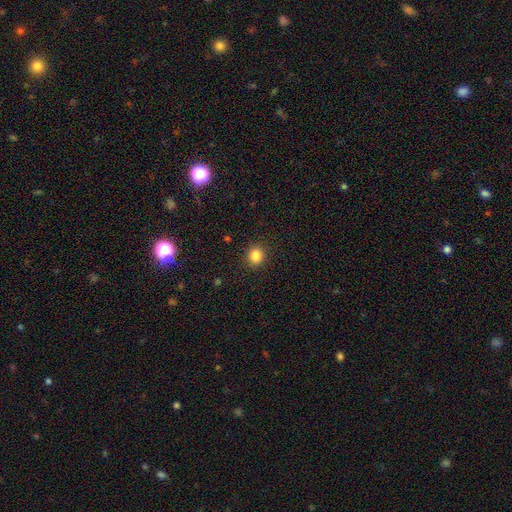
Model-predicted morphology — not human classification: The model was most divided on "how rounded": round: 83%, in between: 16%, cigar-shaped: 1%. More confident: merging — none (90%); smooth or featured — smooth (85%).